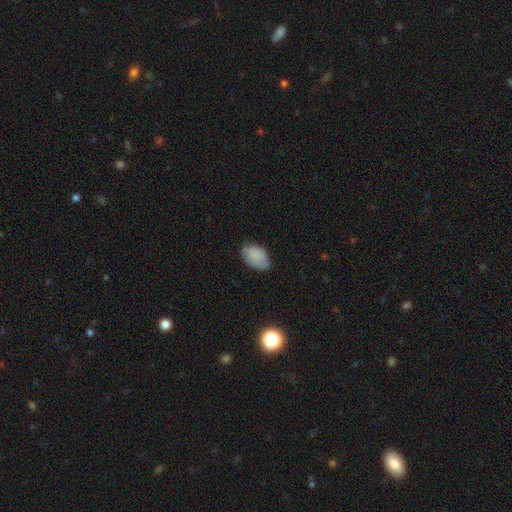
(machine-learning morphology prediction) The model was most divided on "merging": none: 62%, minor disturbance: 30%, major disturbance: 6%, merger: 1%. More confident: how rounded — in between (89%); smooth or featured — smooth (83%).